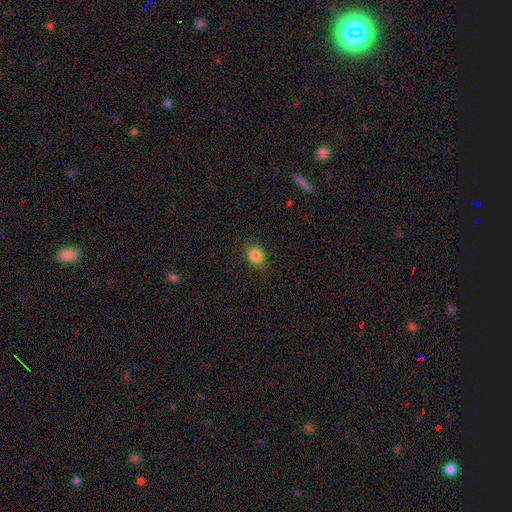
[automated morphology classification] smooth-or-featured: smooth: 84% | star or artifact: 11% | featured or disk: 5%
  how-rounded: round: 57% | in between: 42% | cigar-shaped: 1%
  merging: none: 82% | minor disturbance: 14% | major disturbance: 3% | merger: 1%